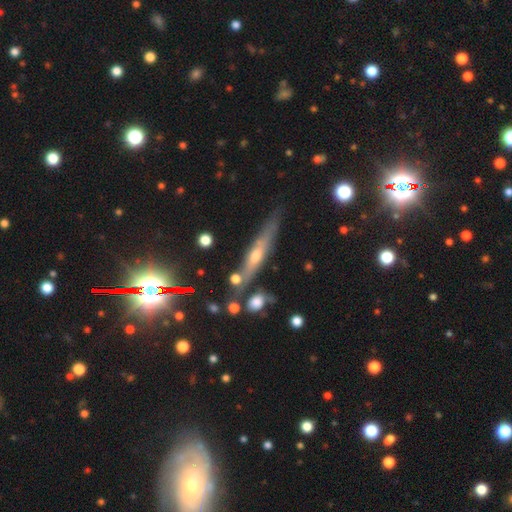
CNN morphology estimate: Smooth or featured? Predicted: featured or disk (p=0.57). Edge-on disk? Predicted: yes (p=0.87). Merging? Predicted: none (p=0.73).